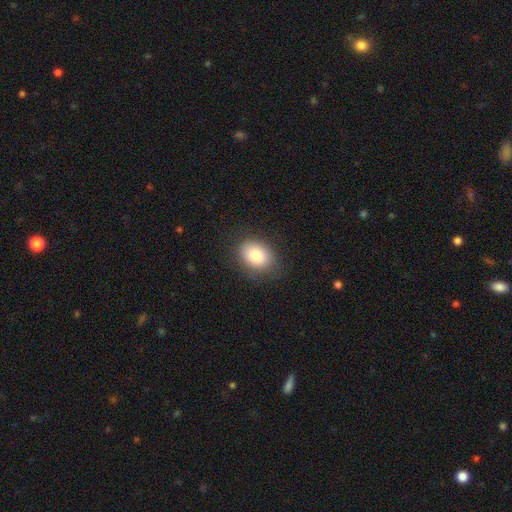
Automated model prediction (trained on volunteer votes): Morphology: type=smooth (82%); roundness=in between (60%); merging=none (82%).